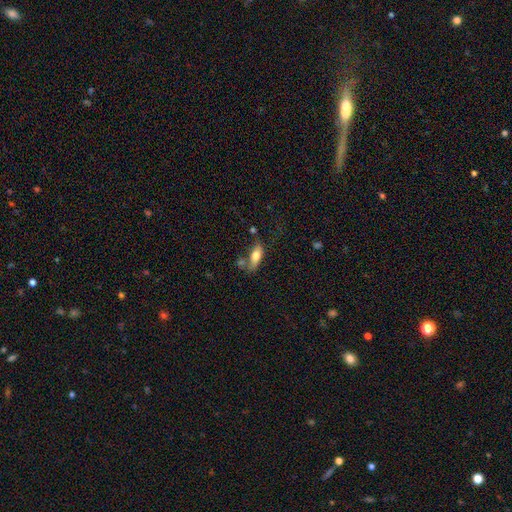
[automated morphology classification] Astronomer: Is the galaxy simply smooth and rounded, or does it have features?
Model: smooth — 69%.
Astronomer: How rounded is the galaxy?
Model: in between — 72%.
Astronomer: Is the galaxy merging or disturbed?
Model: none — 50%.